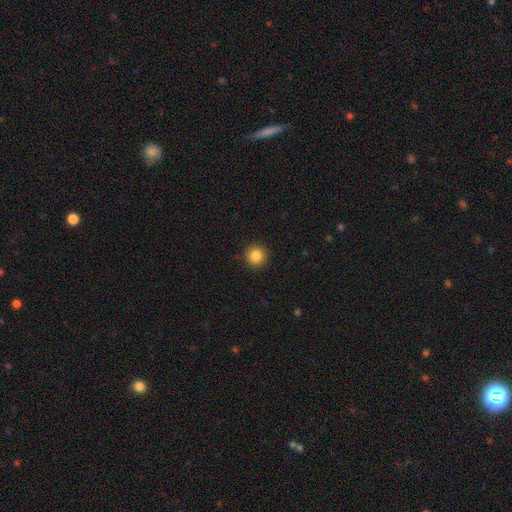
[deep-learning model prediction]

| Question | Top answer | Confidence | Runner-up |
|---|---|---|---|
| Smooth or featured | smooth | 85% | star or artifact (10%) |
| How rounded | round | 96% | in between (3%) |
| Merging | none | 92% | minor disturbance (5%) |